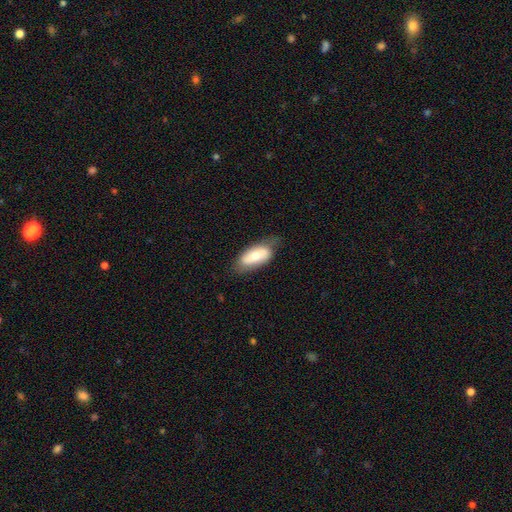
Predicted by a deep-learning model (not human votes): Smooth or featured: smooth — 65% (featured or disk — 29%)
How rounded: in between — 87% (cigar-shaped — 10%)
Merging: none — 65% (minor disturbance — 27%)